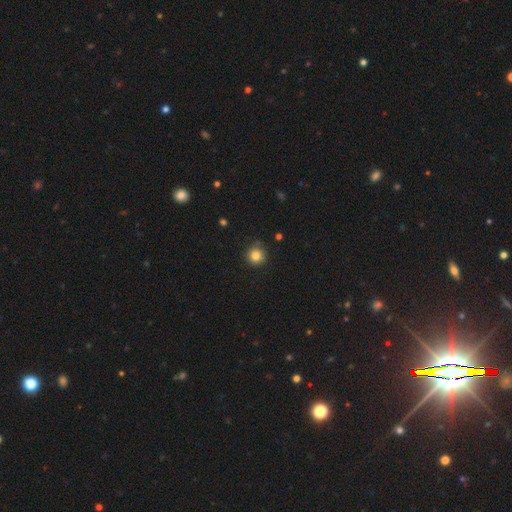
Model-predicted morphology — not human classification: This is clearly a smooth galaxy (83%). How rounded: clearly round (95%). Merging: clearly none (86%).